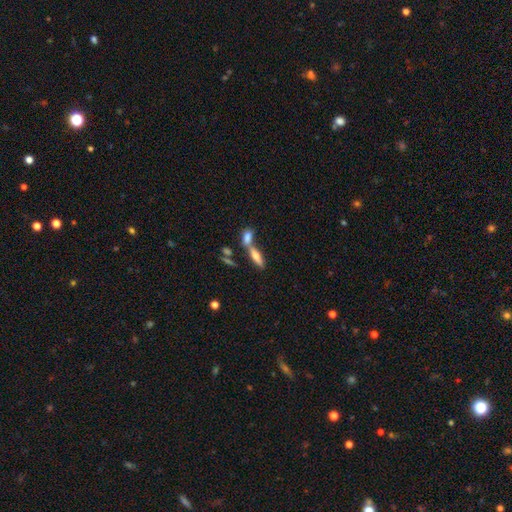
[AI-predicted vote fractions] A smooth galaxy with no disk features (53%) that is cigar-shaped (52%).

Vote fractions:
- Smooth or featured? smooth: 53% / featured or disk: 37% / star or artifact: 9%
- How rounded? cigar-shaped: 52% / in between: 44% / round: 4%
- Merging? none: 47% / merger: 39% / minor disturbance: 10% / major disturbance: 4%